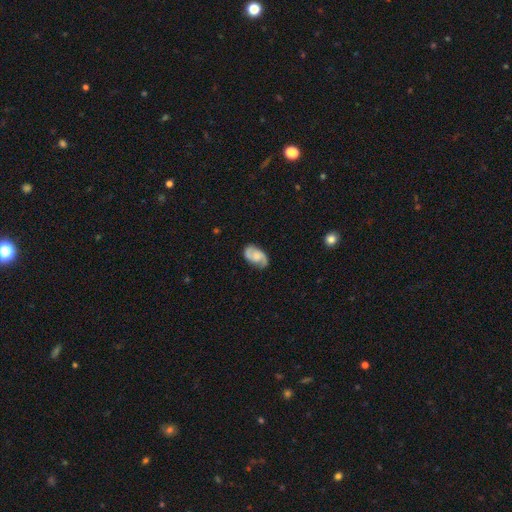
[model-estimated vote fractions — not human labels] This appears to be a featured or disk galaxy (76%) with no bar (58%), 2 (91%) medium (50%) spiral arms (96%) and a moderate central bulge (31%). Merging: none (79%).